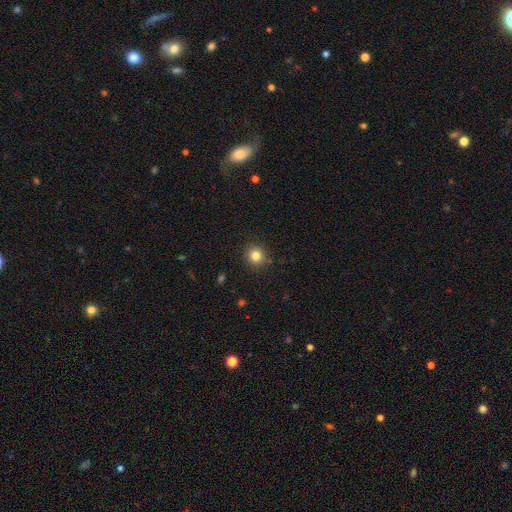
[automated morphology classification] A smooth galaxy with no disk features (82%) that is round (92%). Merging: none (90%).